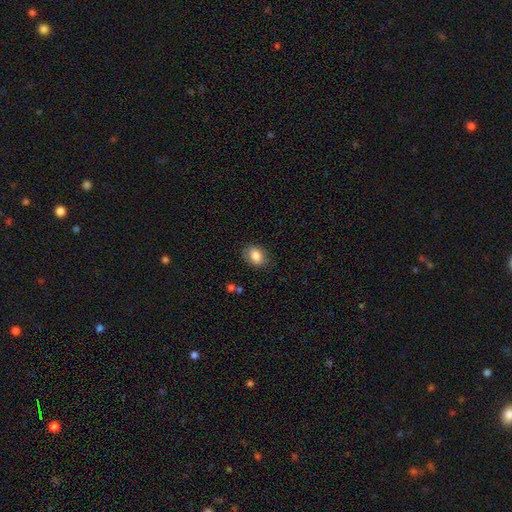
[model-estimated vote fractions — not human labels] smooth-or-featured: smooth: 84% | featured or disk: 8% | star or artifact: 8%
  how-rounded: in between: 77% | round: 22% | cigar-shaped: 1%
  merging: none: 82% | minor disturbance: 14% | major disturbance: 3% | merger: 1%